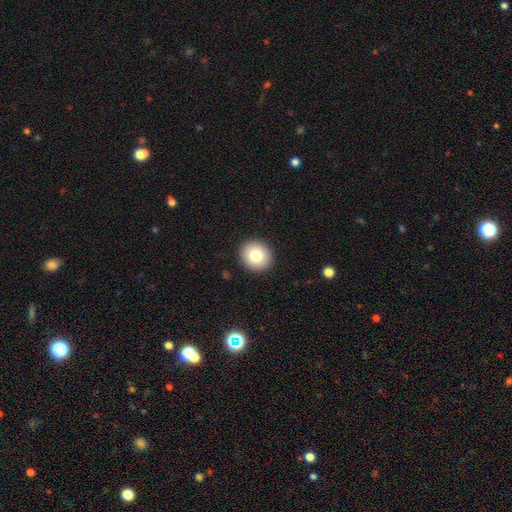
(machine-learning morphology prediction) Smooth or featured? smooth (80%)
How rounded? round (86%)
Merging? none (92%)